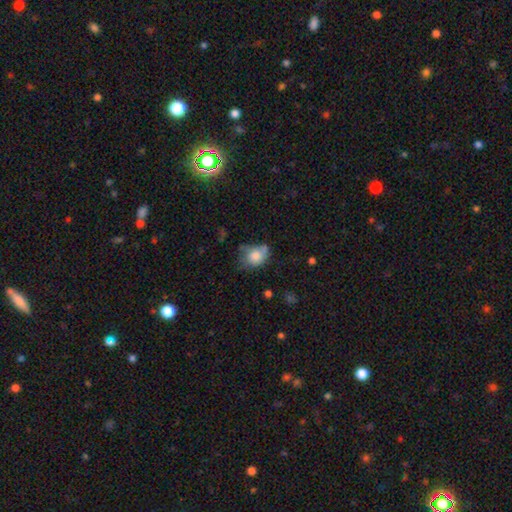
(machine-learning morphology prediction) This appears to be a smooth galaxy with no disk features (76%) that is in between round and cigar-shaped (57%). Merging: none (38%).